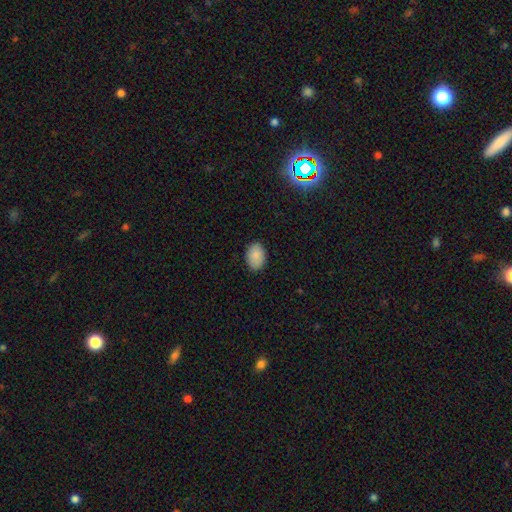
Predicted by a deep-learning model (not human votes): Smooth or featured: smooth — 87% (star or artifact — 8%)
How rounded: in between — 81% (round — 18%)
Merging: none — 88% (minor disturbance — 9%)